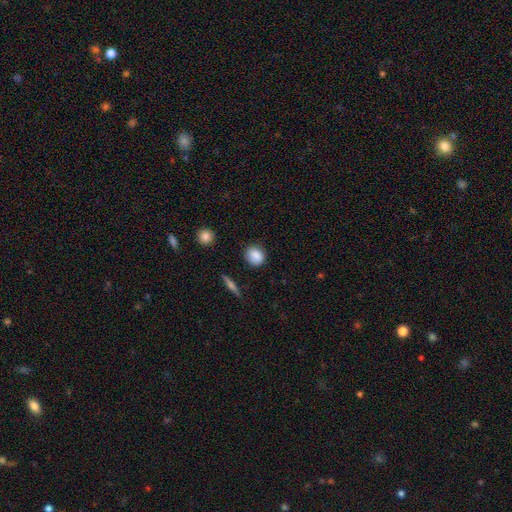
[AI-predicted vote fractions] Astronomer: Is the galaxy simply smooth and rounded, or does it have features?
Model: smooth — 86%.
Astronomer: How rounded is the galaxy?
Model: round — 66%.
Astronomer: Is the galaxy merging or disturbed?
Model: none — 84%.